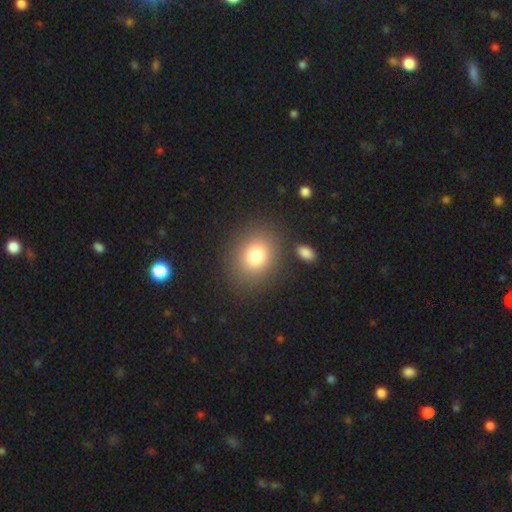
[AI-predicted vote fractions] This is likely a smooth galaxy (78%). How rounded: possibly round (59%). Merging: clearly none (82%).